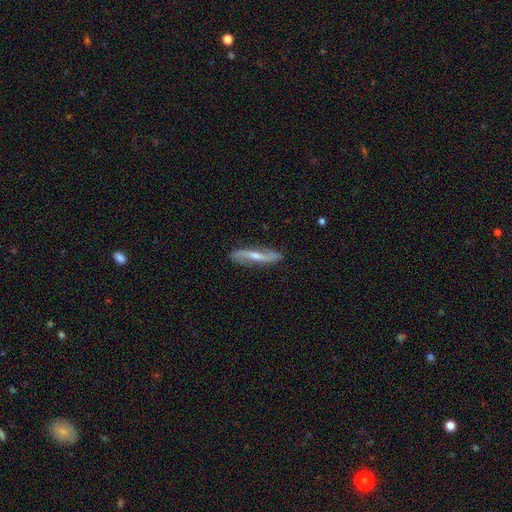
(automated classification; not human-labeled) The model was most divided on "edge-on disk": no: 64%, yes: 36%. More confident: merging — none (85%); smooth or featured — featured or disk (70%).